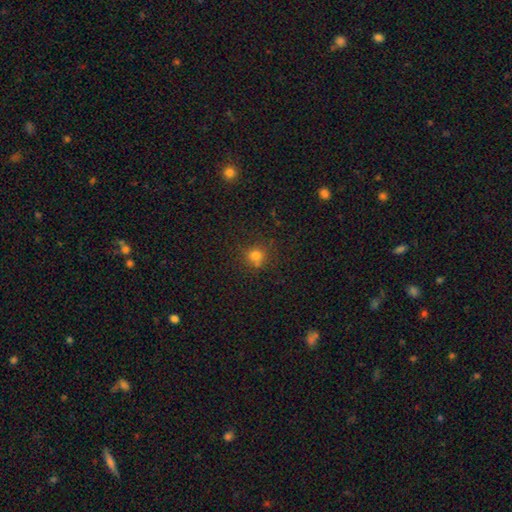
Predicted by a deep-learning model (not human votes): smooth_or_featured: smooth (p=0.74) [alt: star or artifact p=0.19]
how_rounded: round (p=0.88) [alt: in between p=0.11]
merging: none (p=0.74) [alt: minor disturbance p=0.13]